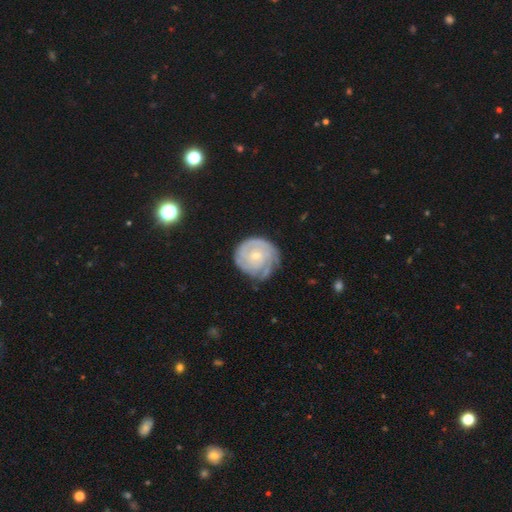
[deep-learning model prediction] This is likely a featured or disk galaxy (72%). It is clearly not viewed edge-on (98%). Bar: likely no (80%). Spiral arm pattern: clearly yes (88%). Spiral arm count: marginally can't tell (43%). Spiral winding: likely tight (77%). Central bulge: likely small (74%). Merging: likely none (63%).